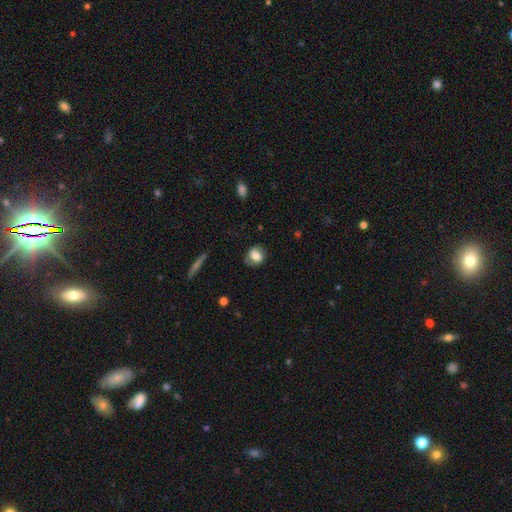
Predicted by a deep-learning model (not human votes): This is likely a smooth galaxy (66%). How rounded: possibly round (51%). Merging: likely none (74%).